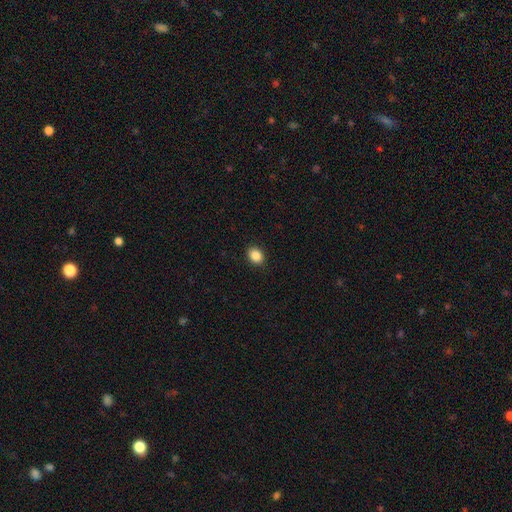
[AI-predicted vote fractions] Q: Smooth or featured?
A: smooth (87%); runner-up: star or artifact (9%)
Q: How rounded?
A: in between (60%); runner-up: round (39%)
Q: Merging?
A: none (91%); runner-up: minor disturbance (7%)